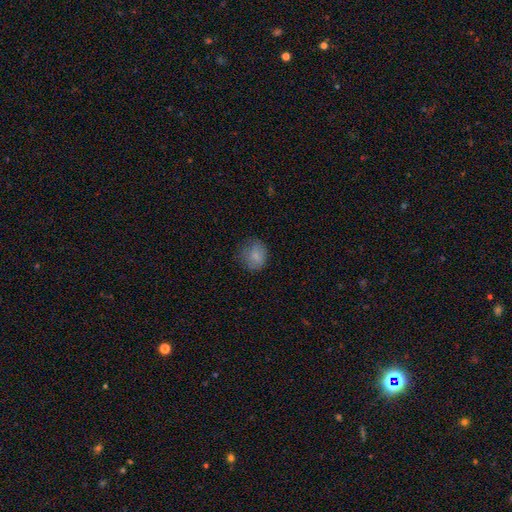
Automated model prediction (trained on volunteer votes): This is likely a smooth galaxy (80%). How rounded: likely round (71%). Merging: likely none (69%).